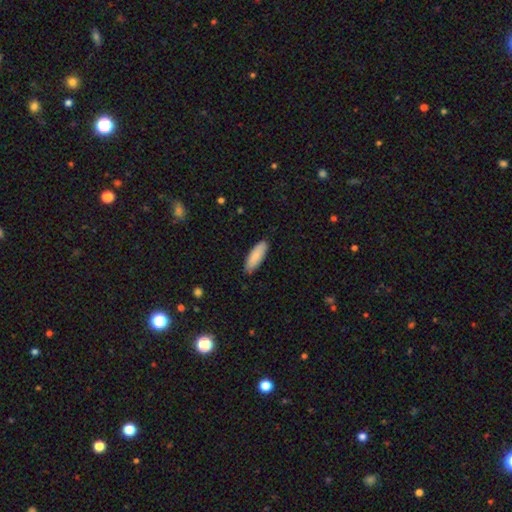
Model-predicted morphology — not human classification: Q: Smooth or featured?
A: smooth (85%); runner-up: featured or disk (10%)
Q: How rounded?
A: in between (65%); runner-up: cigar-shaped (34%)
Q: Merging?
A: none (86%); runner-up: minor disturbance (11%)